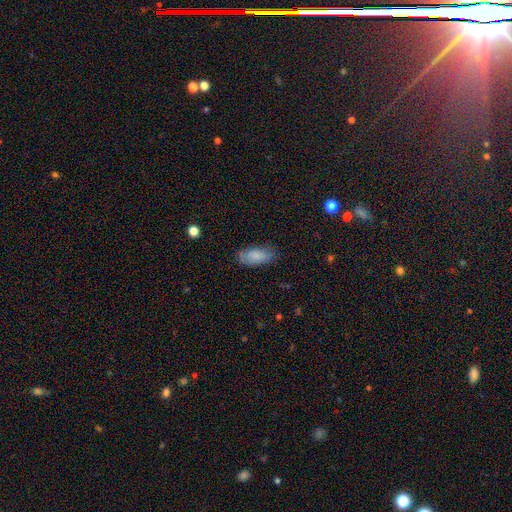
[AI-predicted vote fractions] Smooth or featured: smooth — 82% (featured or disk — 11%)
How rounded: in between — 87% (cigar-shaped — 11%)
Merging: none — 72% (minor disturbance — 21%)